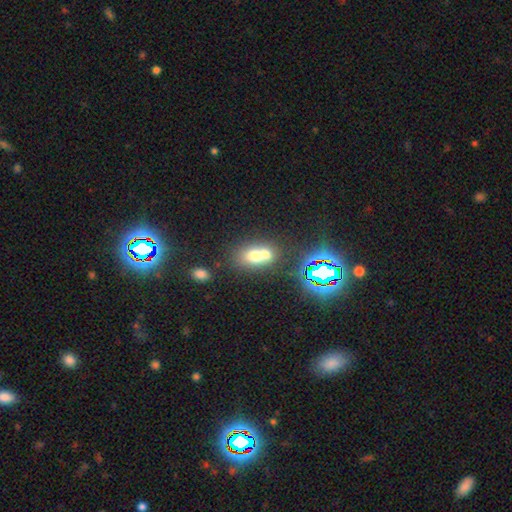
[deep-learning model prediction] This is likely a smooth galaxy (63%). How rounded: likely in between (63%). Merging: likely merger (62%).